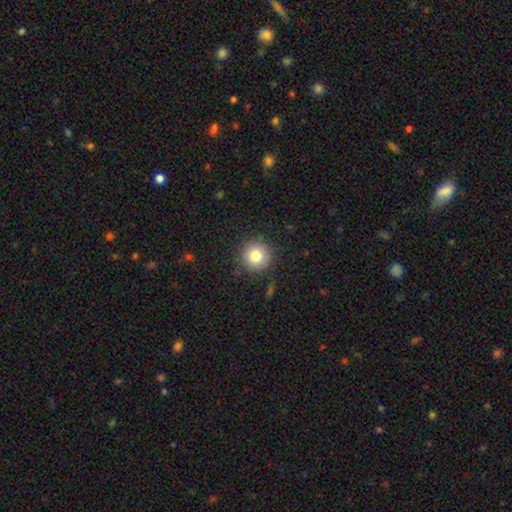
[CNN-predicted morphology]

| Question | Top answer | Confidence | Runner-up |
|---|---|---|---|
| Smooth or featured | smooth | 80% | star or artifact (11%) |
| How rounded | round | 95% | in between (4%) |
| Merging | none | 88% | minor disturbance (8%) |